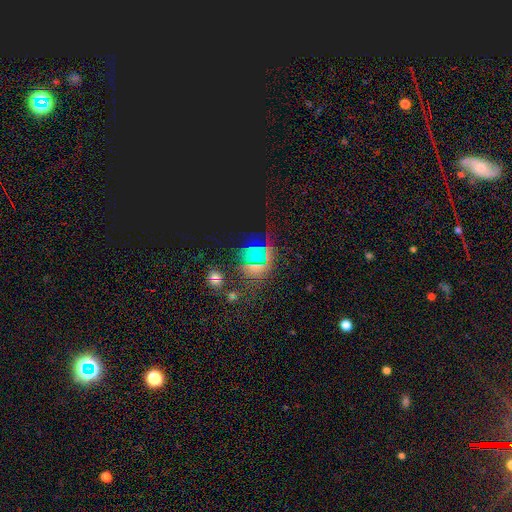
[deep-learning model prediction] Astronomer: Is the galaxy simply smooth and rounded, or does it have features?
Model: star or artifact — 59%.